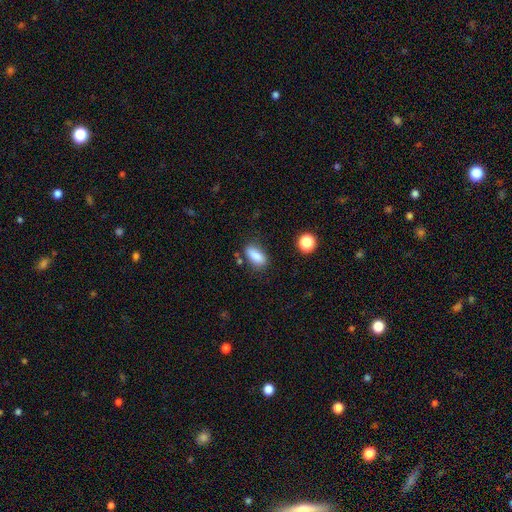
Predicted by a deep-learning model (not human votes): smooth 86%, star or artifact 9%, featured or disk 6%. Down the decision tree: how rounded — in between (84%); merging — none (75%).